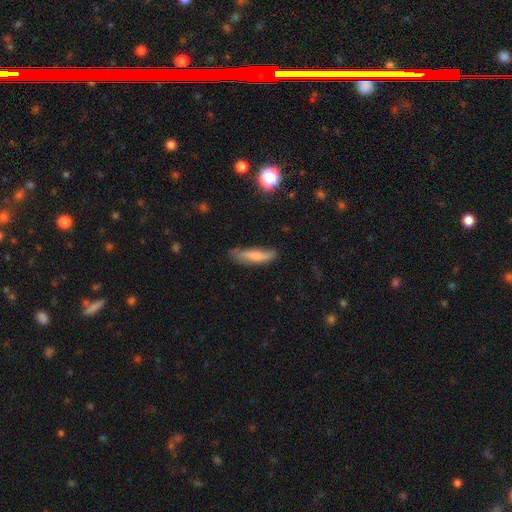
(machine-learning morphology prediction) Q: Smooth or featured?
A: smooth (70%); runner-up: featured or disk (23%)
Q: How rounded?
A: cigar-shaped (72%); runner-up: in between (27%)
Q: Merging?
A: none (65%); runner-up: minor disturbance (27%)